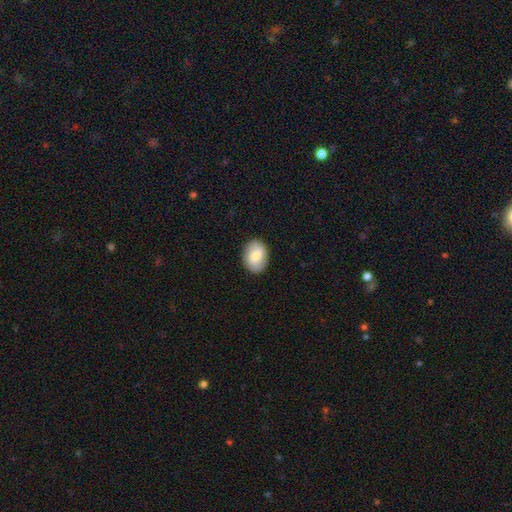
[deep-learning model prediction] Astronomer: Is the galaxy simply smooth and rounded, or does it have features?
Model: smooth — 77%.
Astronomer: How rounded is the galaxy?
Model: in between — 73%.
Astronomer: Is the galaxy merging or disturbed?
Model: none — 86%.